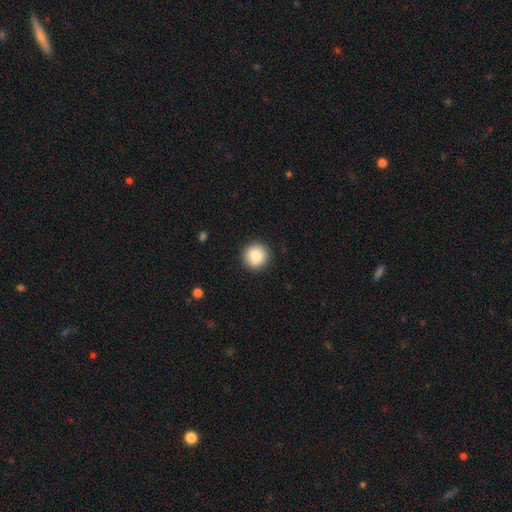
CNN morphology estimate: Smooth or featured? Predicted: smooth (p=0.82). How rounded? Predicted: round (p=0.93). Merging? Predicted: none (p=0.88).